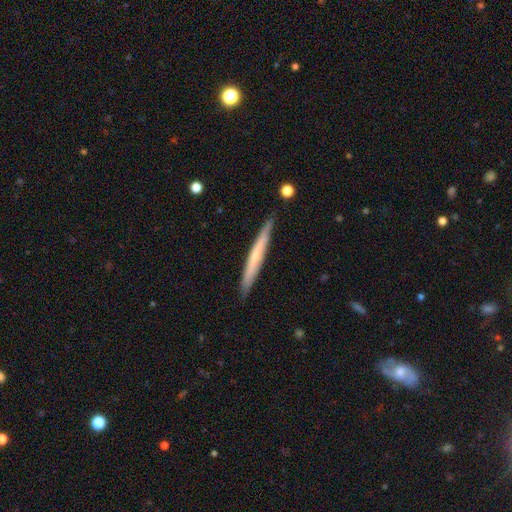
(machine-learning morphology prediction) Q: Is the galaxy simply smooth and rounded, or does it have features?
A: featured or disk — 51%.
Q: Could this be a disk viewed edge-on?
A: yes — 96%.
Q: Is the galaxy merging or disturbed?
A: none — 90%.